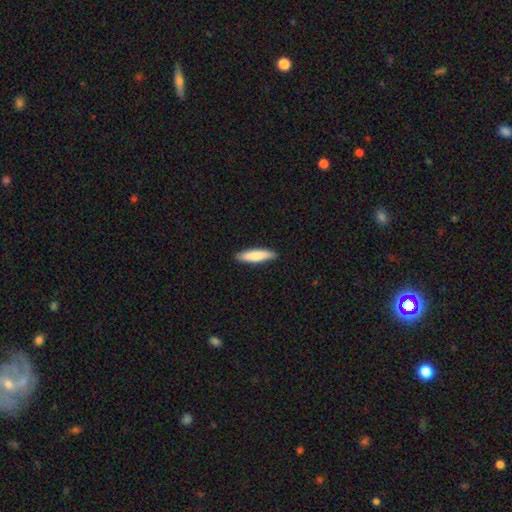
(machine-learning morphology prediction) The model was most divided on "how rounded": cigar-shaped: 79%, in between: 20%, round: 1%. More confident: merging — none (89%); smooth or featured — smooth (80%).